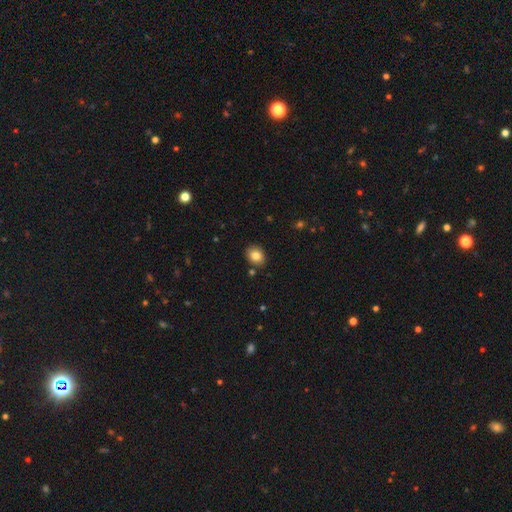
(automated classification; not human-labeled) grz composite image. It shows a smooth galaxy with no disk features (83%) that is in between round and cigar-shaped (57%). Merging: none (87%).